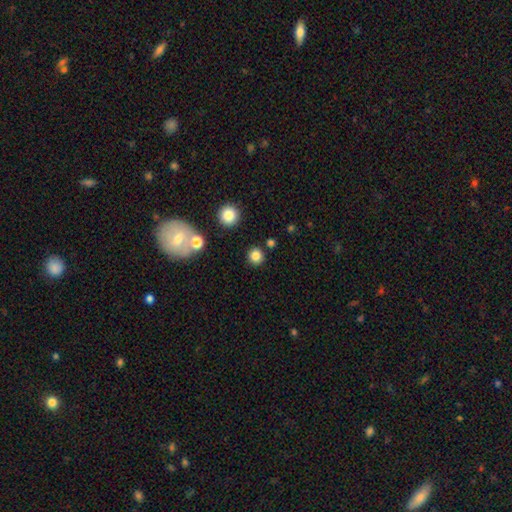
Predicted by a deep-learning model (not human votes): Smooth or featured? smooth (82%)
How rounded? round (94%)
Merging? none (88%)